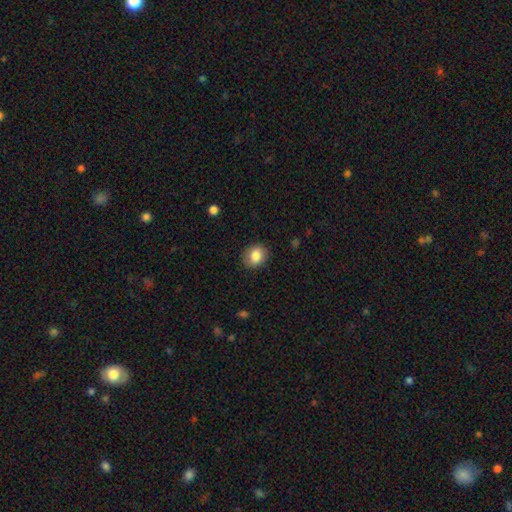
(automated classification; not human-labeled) Smooth or featured?
  - smooth: 84% *
  - star or artifact: 8%
  - featured or disk: 8%
How rounded?
  - round: 63% *
  - in between: 36%
  - cigar-shaped: 1%
Merging?
  - none: 87% *
  - minor disturbance: 9%
  - major disturbance: 2%
  - merger: 1%